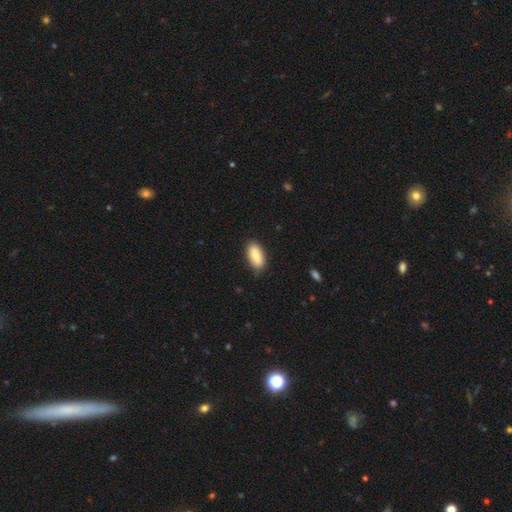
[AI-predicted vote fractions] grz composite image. It shows a smooth galaxy with no disk features (79%) that is in between round and cigar-shaped (91%). Merging: none (82%).